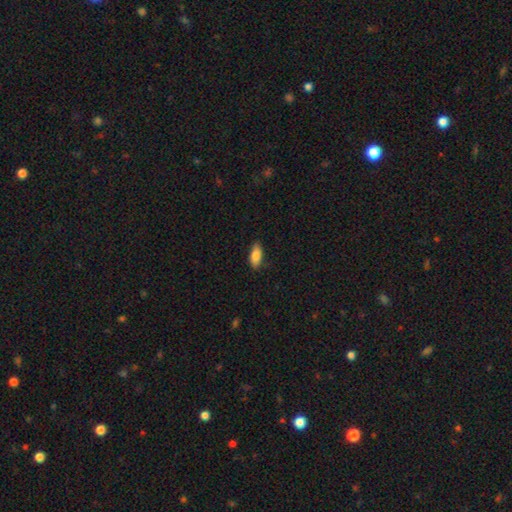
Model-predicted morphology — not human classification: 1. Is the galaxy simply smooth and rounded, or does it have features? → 84% smooth, 10% featured or disk, 6% star or artifact.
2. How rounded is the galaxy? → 81% in between, 17% cigar-shaped, 2% round.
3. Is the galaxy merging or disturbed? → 83% none, 13% minor disturbance, 2% major disturbance, 1% merger.